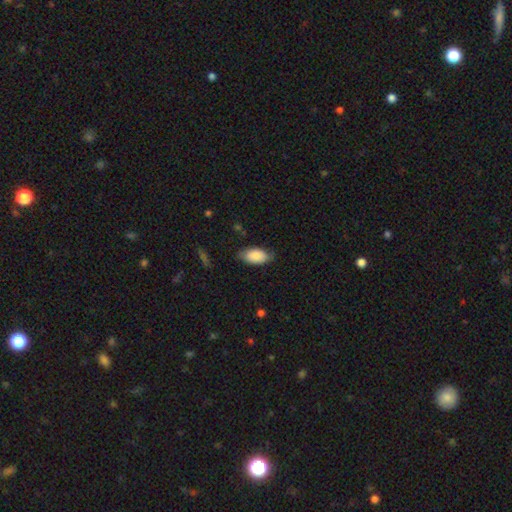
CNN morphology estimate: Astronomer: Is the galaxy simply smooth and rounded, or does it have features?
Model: smooth — 87%.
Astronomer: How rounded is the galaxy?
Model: in between — 94%.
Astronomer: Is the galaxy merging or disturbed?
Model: none — 76%.